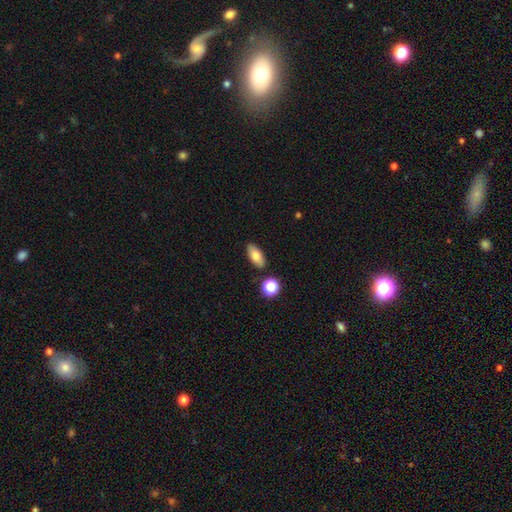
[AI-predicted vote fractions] A smooth galaxy with no disk features (79%) that is in between round and cigar-shaped (87%).

Vote fractions:
- Smooth or featured? smooth: 79% / featured or disk: 13% / star or artifact: 8%
- How rounded? in between: 87% / cigar-shaped: 9% / round: 5%
- Merging? none: 84% / minor disturbance: 10% / merger: 4% / major disturbance: 2%